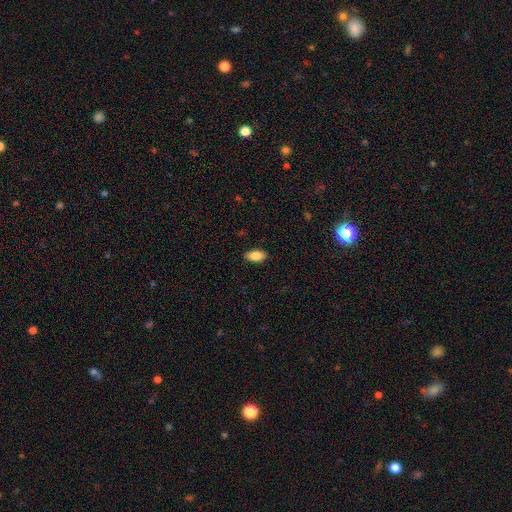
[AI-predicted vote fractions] smooth_or_featured: smooth (p=0.85) [alt: featured or disk p=0.08]
how_rounded: in between (p=0.91) [alt: cigar-shaped p=0.06]
merging: none (p=0.89) [alt: minor disturbance p=0.08]